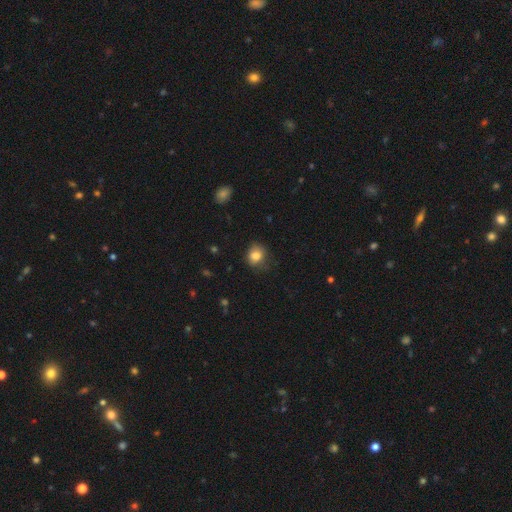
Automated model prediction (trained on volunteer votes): Smooth or featured? Predicted: smooth (p=0.82). How rounded? Predicted: round (p=0.65). Merging? Predicted: none (p=0.69).